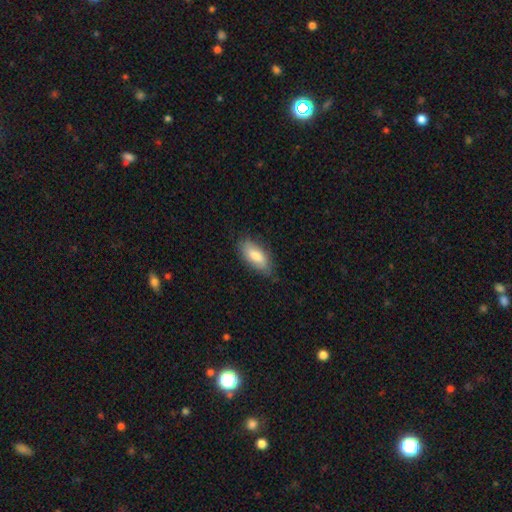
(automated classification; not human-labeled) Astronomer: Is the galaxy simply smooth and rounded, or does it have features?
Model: smooth — 79%.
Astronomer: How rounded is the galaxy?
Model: in between — 83%.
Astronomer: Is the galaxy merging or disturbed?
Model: none — 77%.